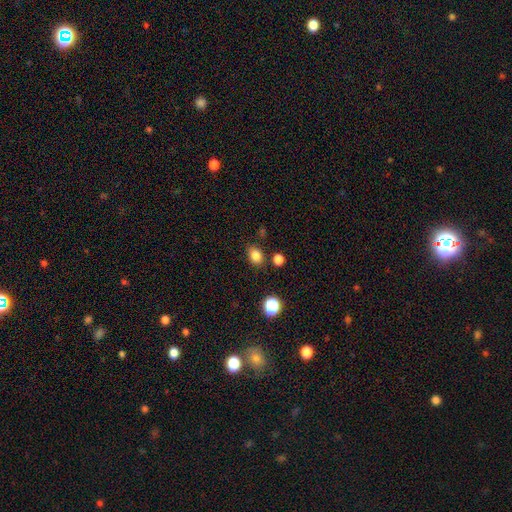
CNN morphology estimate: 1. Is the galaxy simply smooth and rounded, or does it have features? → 83% smooth, 12% star or artifact, 5% featured or disk.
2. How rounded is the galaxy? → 60% in between, 39% round, 1% cigar-shaped.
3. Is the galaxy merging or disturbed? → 79% none, 12% minor disturbance, 5% merger, 3% major disturbance.